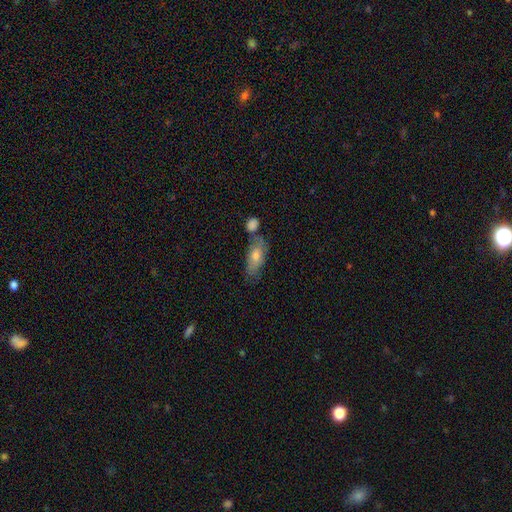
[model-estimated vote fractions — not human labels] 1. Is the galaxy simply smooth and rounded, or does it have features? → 61% smooth, 31% featured or disk, 8% star or artifact.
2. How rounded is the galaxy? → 72% in between, 24% cigar-shaped, 4% round.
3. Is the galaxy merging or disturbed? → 56% none, 21% merger, 17% minor disturbance, 5% major disturbance.